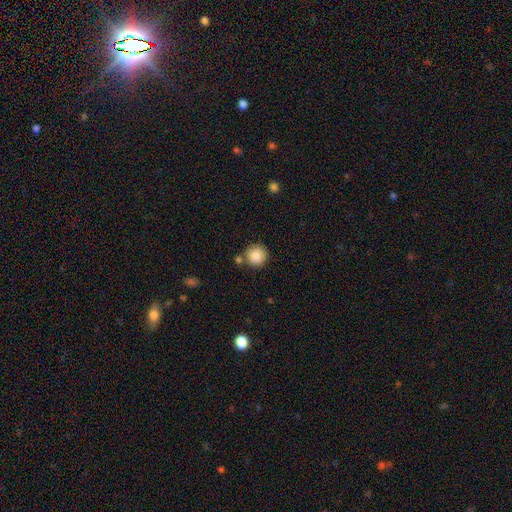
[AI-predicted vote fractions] This appears to be a smooth galaxy with no disk features (87%) that is round (94%). Merging: none (78%).